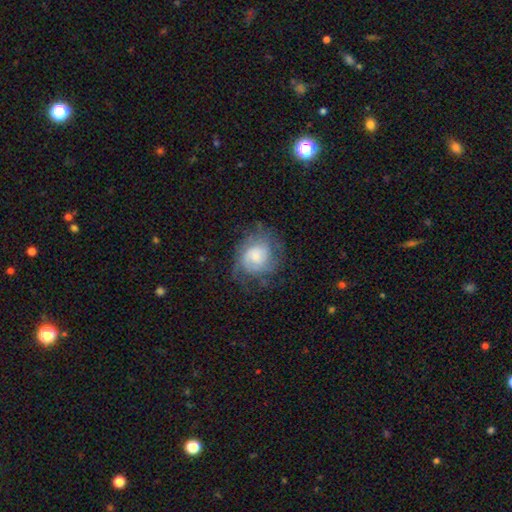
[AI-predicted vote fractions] Smooth or featured: featured or disk — 57% (smooth — 35%)
Edge-on disk: no — 97% (yes — 3%)
Bar: no — 69% (weak — 27%)
Spiral arms: yes — 80% (no — 20%)
Bulge size: moderate — 37% (small — 36%)
Merging: none — 57% (minor disturbance — 22%)